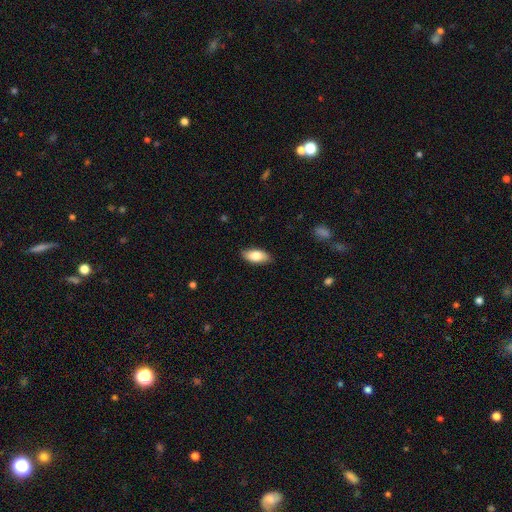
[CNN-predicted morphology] Smooth or featured? smooth (81%)
How rounded? in between (89%)
Merging? none (87%)